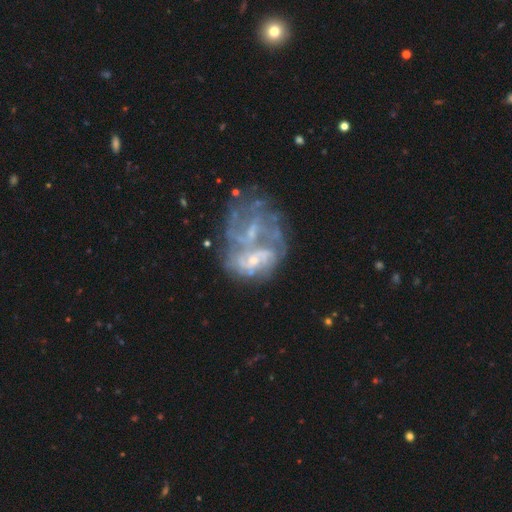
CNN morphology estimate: Overall: featured or disk (71%). Edge-on disk: no (98%). Bar: no (65%; weak 27%). Spiral arms: no (58%; yes 42%). Bulge size: small (44%; none 33%). Merging: merger (50%; none 21%).